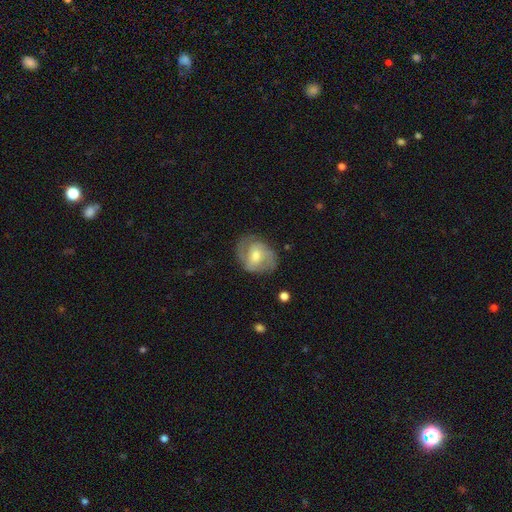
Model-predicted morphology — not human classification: Overall: featured or disk (62%; smooth 31%). Edge-on disk: no (97%). Bar: no (46%; weak 42%). Spiral arms: yes (84%). Spiral arm count: 2 (62%). Spiral winding: medium (47%; tight 32%). Bulge size: moderate (59%; small 31%). Merging: none (65%).